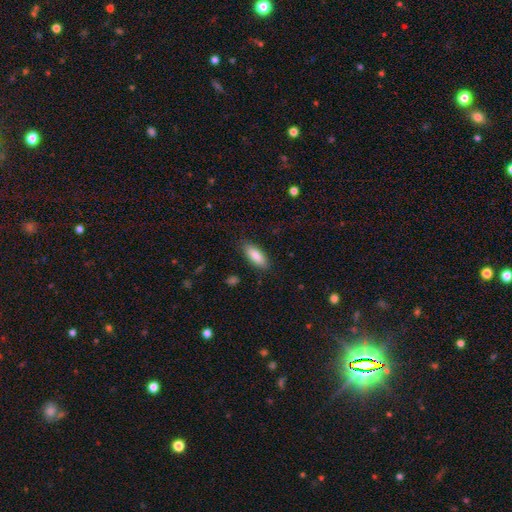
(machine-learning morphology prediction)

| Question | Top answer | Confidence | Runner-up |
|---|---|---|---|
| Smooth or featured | smooth | 85% | featured or disk (9%) |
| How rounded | in between | 73% | cigar-shaped (25%) |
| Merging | none | 86% | minor disturbance (10%) |